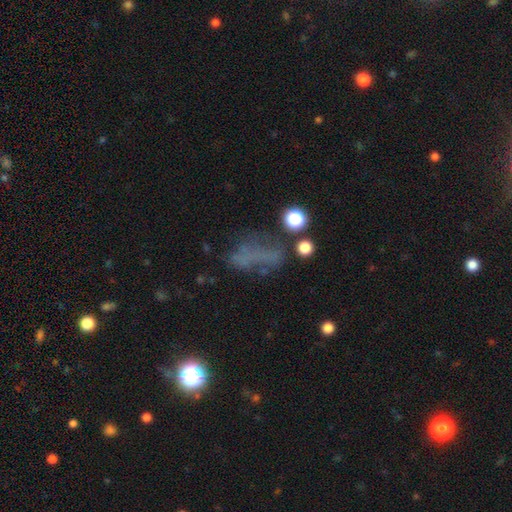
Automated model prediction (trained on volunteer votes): This is marginally a smooth galaxy (38%). Merging: marginally none (41%).